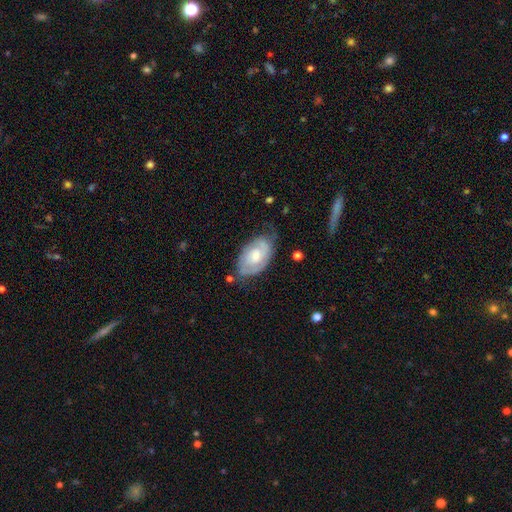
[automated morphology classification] A featured or disk galaxy (64%) with no bar (68%), spiral arms (81%) and a moderate central bulge (55%). Merging: none (57%).